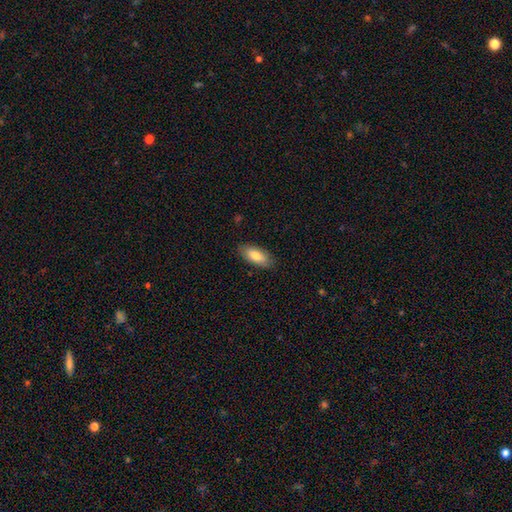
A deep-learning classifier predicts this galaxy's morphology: Smooth or featured? Predicted: smooth (p=0.80). How rounded? Predicted: in between (p=0.87). Merging? Predicted: none (p=0.86).